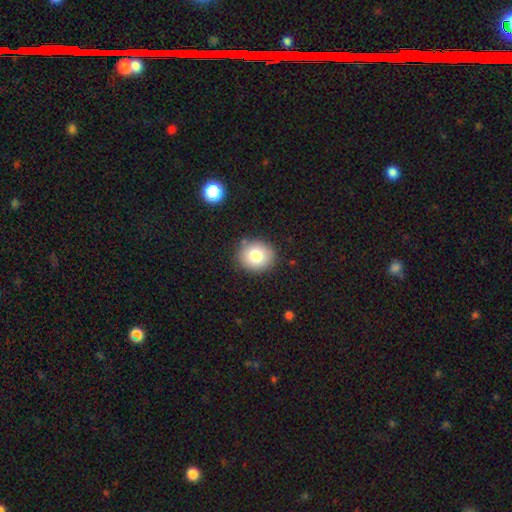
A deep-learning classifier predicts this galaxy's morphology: The model was most divided on "how rounded": round: 77%, in between: 22%, cigar-shaped: 1%. More confident: merging — none (87%); smooth or featured — smooth (78%).